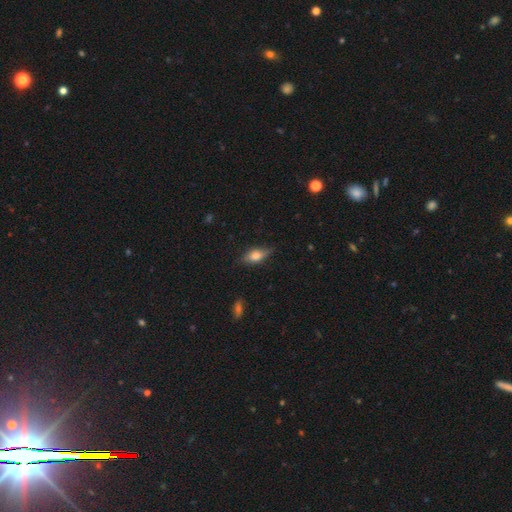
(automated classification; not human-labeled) A smooth galaxy with no disk features (62%) that is in between round and cigar-shaped (76%). Merging: none (74%).